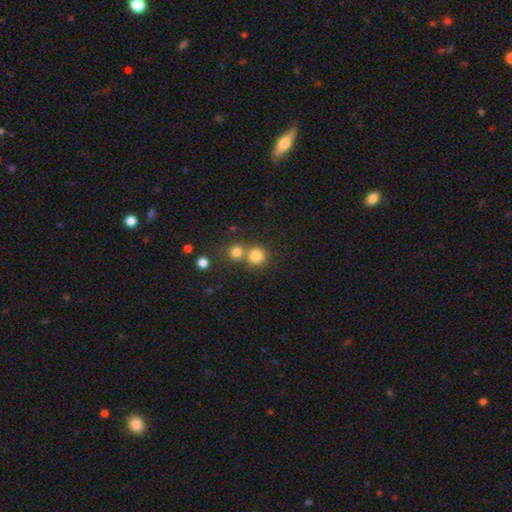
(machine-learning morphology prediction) This appears to be a smooth galaxy with no disk features (80%) that is round (90%). Merging: none (54%).